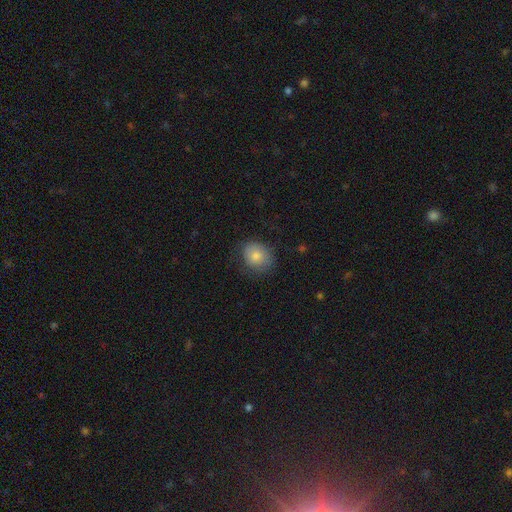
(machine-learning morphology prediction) Smooth or featured?
  - smooth: 76% *
  - featured or disk: 14%
  - star or artifact: 10%
How rounded?
  - round: 65% *
  - in between: 34%
  - cigar-shaped: 1%
Merging?
  - none: 75% *
  - minor disturbance: 18%
  - major disturbance: 6%
  - merger: 1%